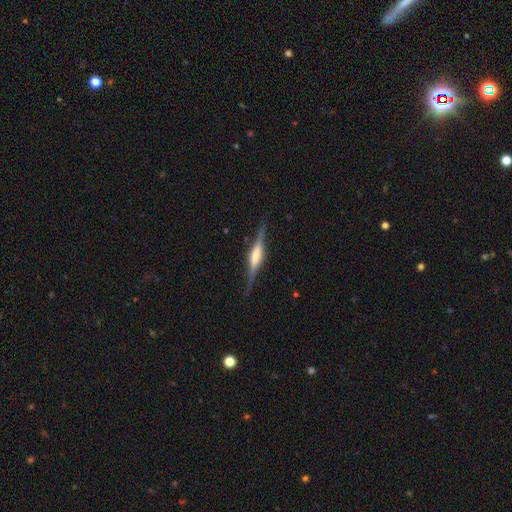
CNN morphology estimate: Overall: featured or disk (78%). Edge-on disk: yes (97%). Edge-on bulge: rounded (59%; boxy 33%). Merging: none (84%).